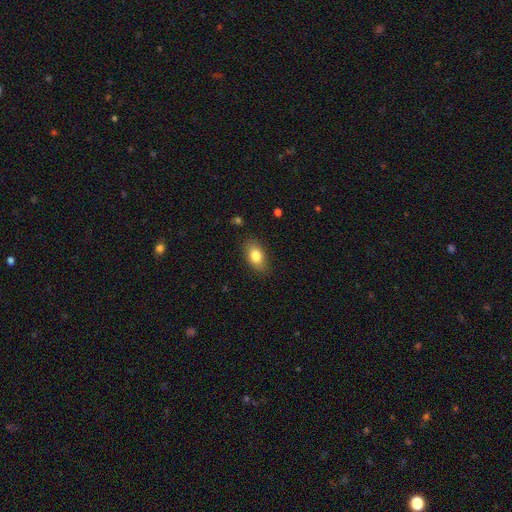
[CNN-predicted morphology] The model was most divided on "merging": none: 83%, minor disturbance: 13%, major disturbance: 3%, merger: 1%. More confident: how rounded — in between (88%); smooth or featured — smooth (81%).